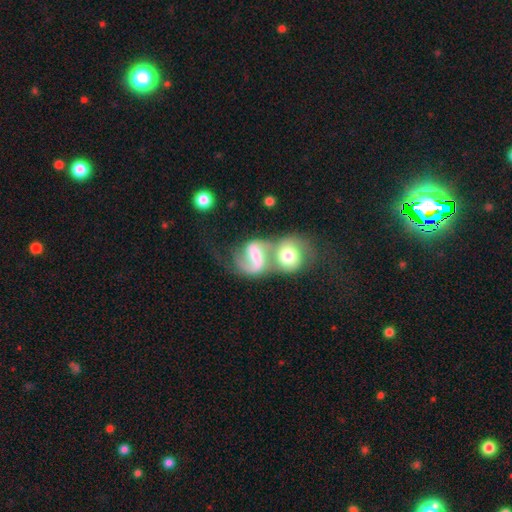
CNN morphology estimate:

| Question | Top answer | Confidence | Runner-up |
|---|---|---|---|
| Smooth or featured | featured or disk | 74% | smooth (20%) |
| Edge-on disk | no | 97% | yes (3%) |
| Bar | strong | 44% | weak (37%) |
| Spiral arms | yes | 91% | no (9%) |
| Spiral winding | loose | 51% | medium (39%) |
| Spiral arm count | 2 | 77% | 1 (16%) |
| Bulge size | moderate | 46% | small (25%) |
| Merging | merger | 65% | none (19%) |